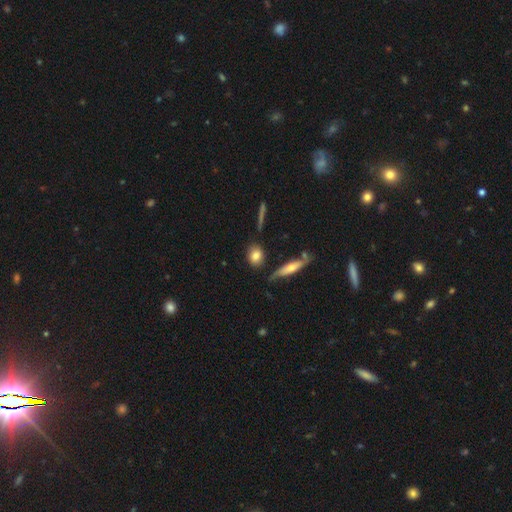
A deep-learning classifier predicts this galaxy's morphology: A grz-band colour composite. It shows a smooth galaxy with no disk features (81%) that is round (49%). Merging: none (78%).